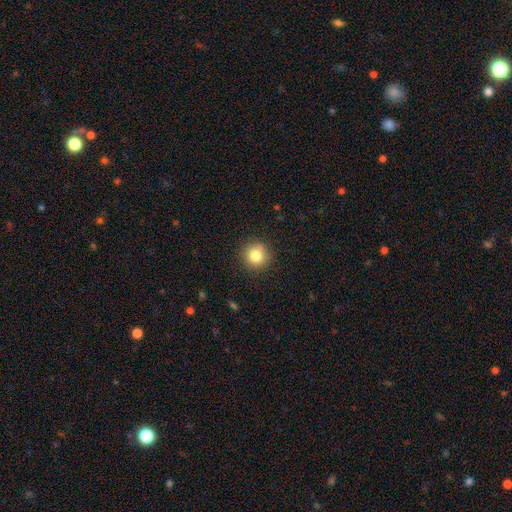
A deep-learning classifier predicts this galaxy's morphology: Smooth or featured: smooth — 81% (star or artifact — 12%)
How rounded: round — 93% (in between — 6%)
Merging: none — 88% (minor disturbance — 9%)